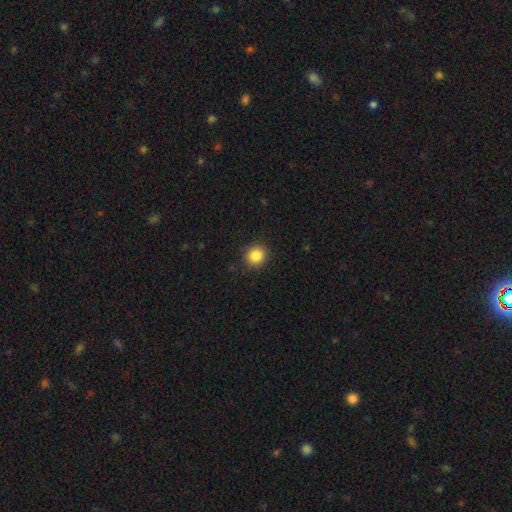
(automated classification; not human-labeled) smooth_or_featured: smooth (p=0.86) [alt: star or artifact p=0.10]
how_rounded: round (p=0.91) [alt: in between p=0.09]
merging: none (p=0.91) [alt: minor disturbance p=0.06]